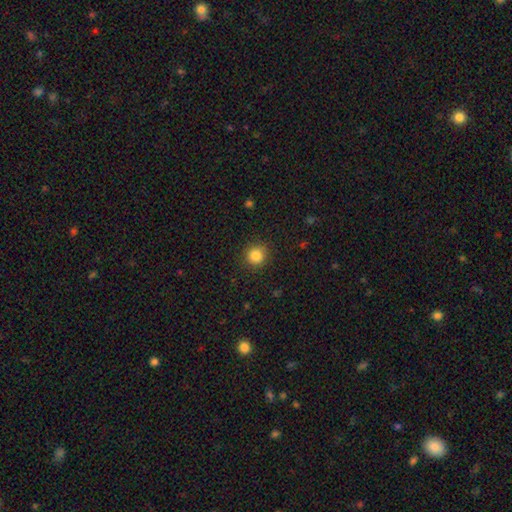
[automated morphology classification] Smooth or featured? Predicted: smooth (p=0.85). How rounded? Predicted: round (p=0.92). Merging? Predicted: none (p=0.89).